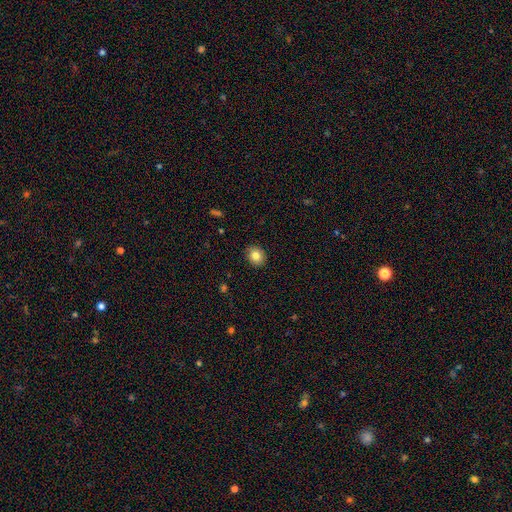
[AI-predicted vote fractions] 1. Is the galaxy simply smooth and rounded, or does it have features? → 82% smooth, 9% star or artifact, 9% featured or disk.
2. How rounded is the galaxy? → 64% round, 35% in between, 1% cigar-shaped.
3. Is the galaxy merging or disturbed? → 89% none, 8% minor disturbance, 2% major disturbance, 1% merger.